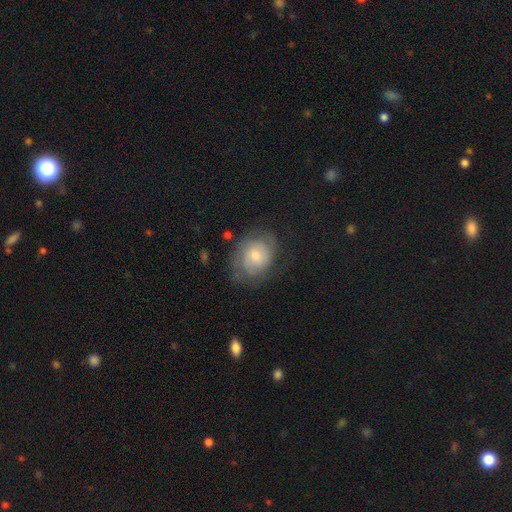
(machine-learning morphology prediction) featured or disk 50%, smooth 43%, star or artifact 7%. Down the decision tree: edge-on disk — no (97%); merging — none (62%).